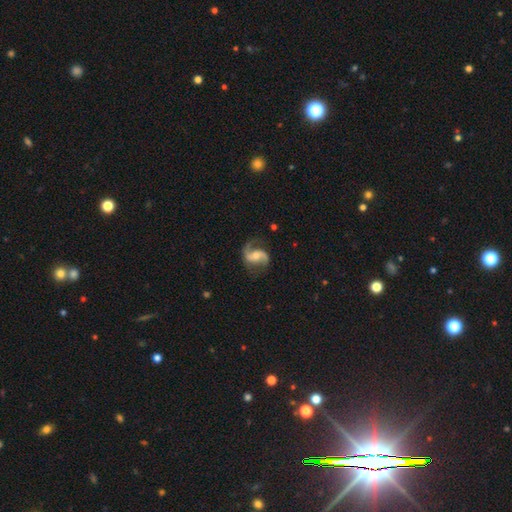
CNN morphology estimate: Overall: featured or disk (87%). Edge-on disk: no (98%). Bar: no (42%; weak 41%). Spiral arms: yes (97%). Spiral arm count: 2 (89%). Spiral winding: loose (50%; medium 41%). Bulge size: moderate (48%; small 41%). Merging: none (71%).